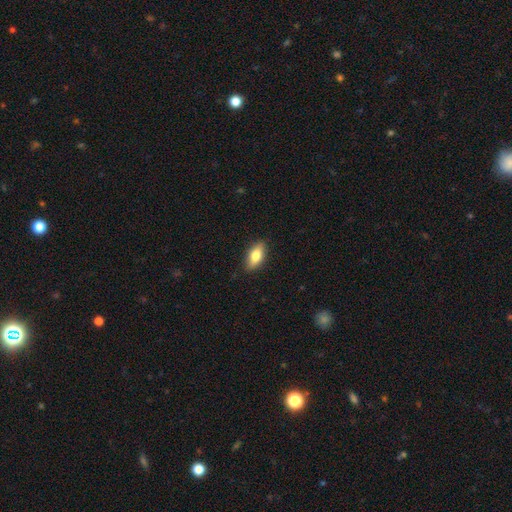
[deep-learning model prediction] A smooth galaxy with no disk features (74%) that is in between round and cigar-shaped (83%).

Vote fractions:
- Smooth or featured? smooth: 74% / featured or disk: 20% / star or artifact: 7%
- How rounded? in between: 83% / cigar-shaped: 12% / round: 4%
- Merging? none: 86% / minor disturbance: 11% / major disturbance: 2% / merger: 1%